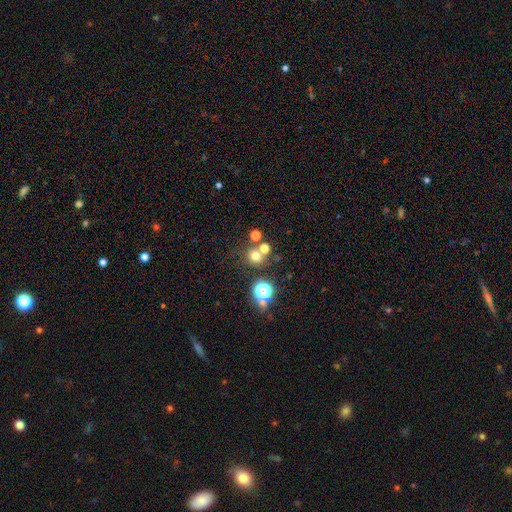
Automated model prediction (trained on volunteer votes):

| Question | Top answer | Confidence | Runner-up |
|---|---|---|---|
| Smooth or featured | smooth | 66% | star or artifact (25%) |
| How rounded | round | 87% | in between (12%) |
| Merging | none | 66% | merger (21%) |